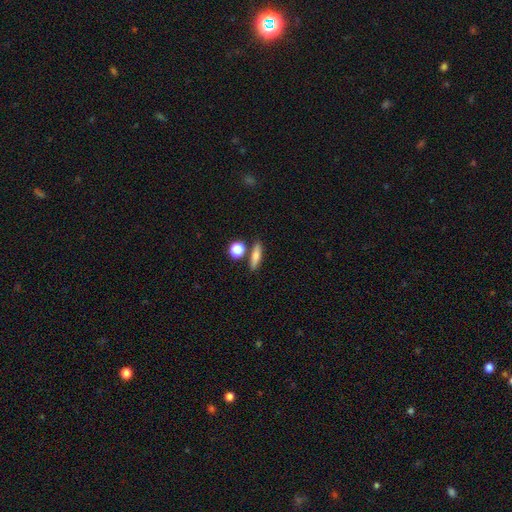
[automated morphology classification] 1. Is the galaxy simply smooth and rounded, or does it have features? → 72% smooth, 19% featured or disk, 9% star or artifact.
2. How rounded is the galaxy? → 58% cigar-shaped, 29% in between, 13% round.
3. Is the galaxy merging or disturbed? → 78% none, 10% minor disturbance, 10% merger, 3% major disturbance.